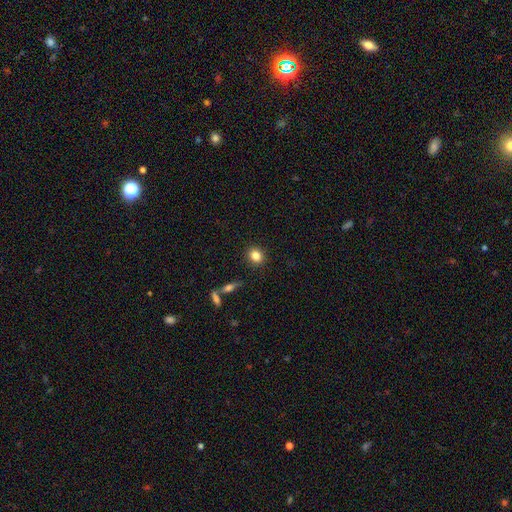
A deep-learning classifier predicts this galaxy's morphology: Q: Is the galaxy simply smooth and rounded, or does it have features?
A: smooth — 83%.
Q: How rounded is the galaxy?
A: round — 69%.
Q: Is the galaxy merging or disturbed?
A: none — 89%.